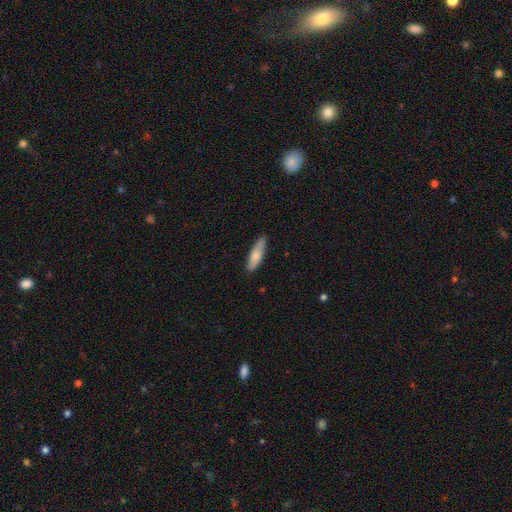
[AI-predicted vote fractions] smooth 78%, featured or disk 17%, star or artifact 5%. Down the decision tree: how rounded — cigar-shaped (56%); merging — none (85%).